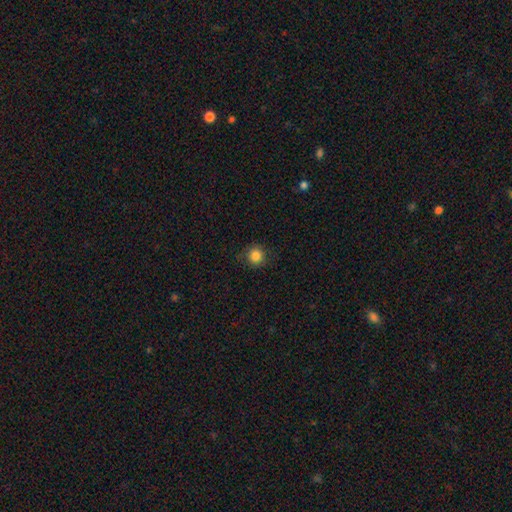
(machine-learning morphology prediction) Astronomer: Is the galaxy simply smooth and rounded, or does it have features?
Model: smooth — 85%.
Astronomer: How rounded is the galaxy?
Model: round — 93%.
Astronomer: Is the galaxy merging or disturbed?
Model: none — 85%.